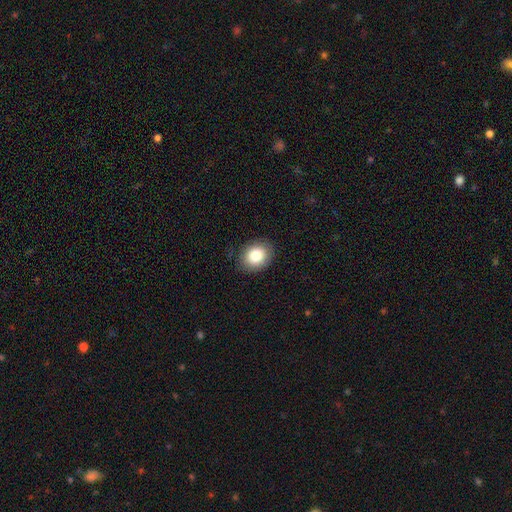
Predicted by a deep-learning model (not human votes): smooth 84%, star or artifact 8%, featured or disk 8%. Down the decision tree: how rounded — in between (52%); merging — none (86%).